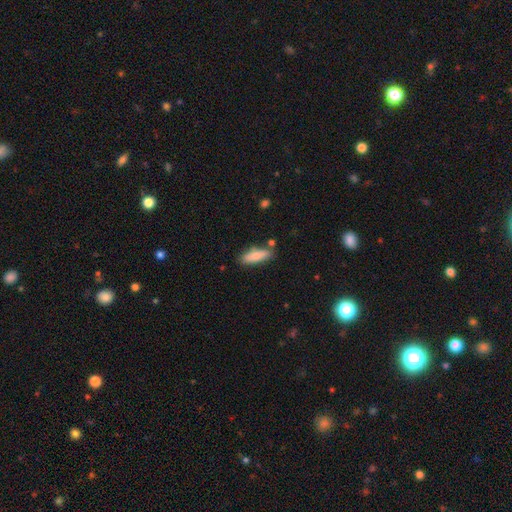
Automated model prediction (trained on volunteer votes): smooth-or-featured: smooth: 79% | featured or disk: 15% | star or artifact: 6%
  how-rounded: cigar-shaped: 50% | in between: 48% | round: 2%
  merging: none: 76% | minor disturbance: 15% | merger: 6% | major disturbance: 3%